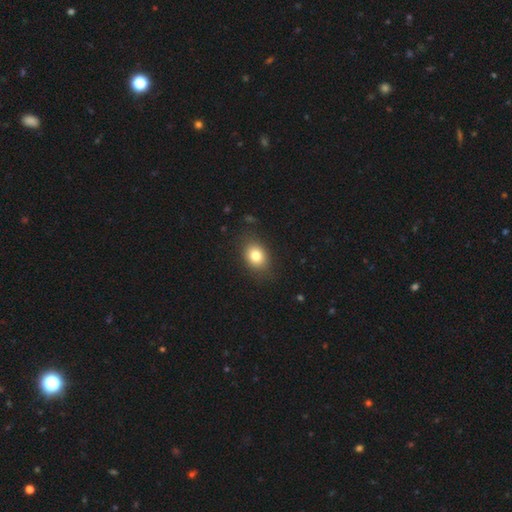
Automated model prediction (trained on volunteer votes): Q: Smooth or featured?
A: smooth (80%); runner-up: star or artifact (10%)
Q: How rounded?
A: in between (62%); runner-up: round (37%)
Q: Merging?
A: none (84%); runner-up: minor disturbance (12%)